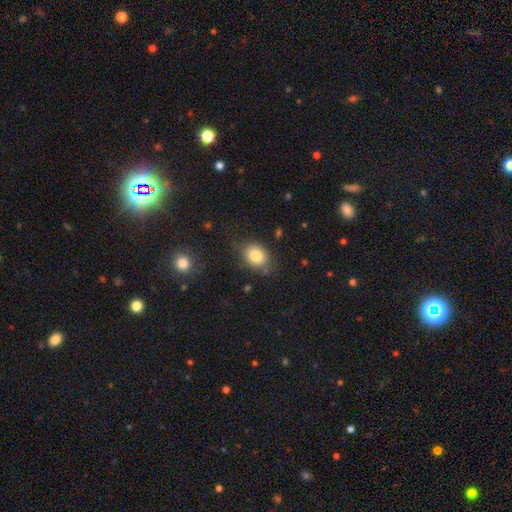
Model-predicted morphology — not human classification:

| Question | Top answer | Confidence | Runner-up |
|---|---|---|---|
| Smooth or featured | smooth | 81% | star or artifact (10%) |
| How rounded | in between | 55% | round (44%) |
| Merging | none | 74% | minor disturbance (18%) |